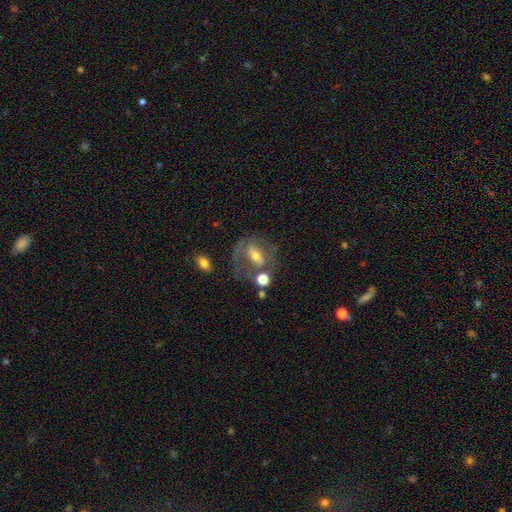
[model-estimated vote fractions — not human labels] This appears to be a featured or disk galaxy (56%) with no bar (36%), no spiral arms (60%) and a moderate central bulge (54%). Merging: none (47%).